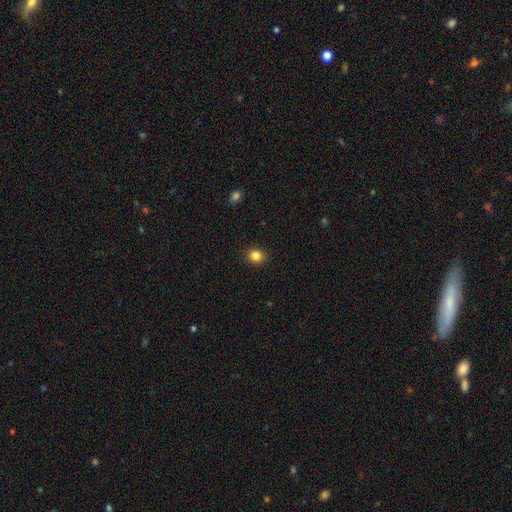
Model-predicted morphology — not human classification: Smooth or featured? Predicted: smooth (p=0.84). How rounded? Predicted: round (p=0.73). Merging? Predicted: none (p=0.91).